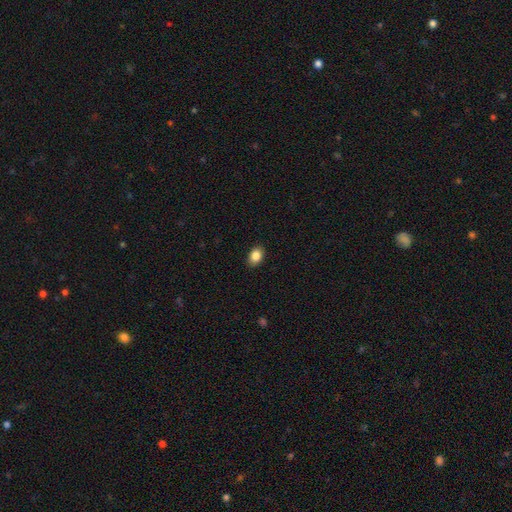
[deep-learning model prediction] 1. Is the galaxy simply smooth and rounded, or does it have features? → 86% smooth, 9% star or artifact, 5% featured or disk.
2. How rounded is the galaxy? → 76% in between, 23% round, 1% cigar-shaped.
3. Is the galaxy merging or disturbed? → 88% none, 9% minor disturbance, 2% major disturbance, 1% merger.